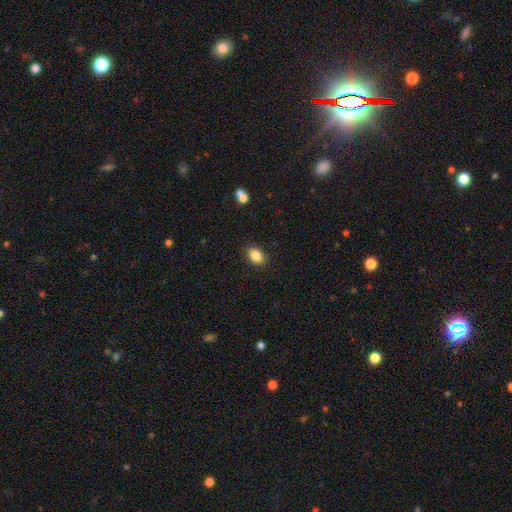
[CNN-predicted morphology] Smooth or featured: smooth — 87% (star or artifact — 9%)
How rounded: in between — 79% (round — 20%)
Merging: none — 87% (minor disturbance — 9%)